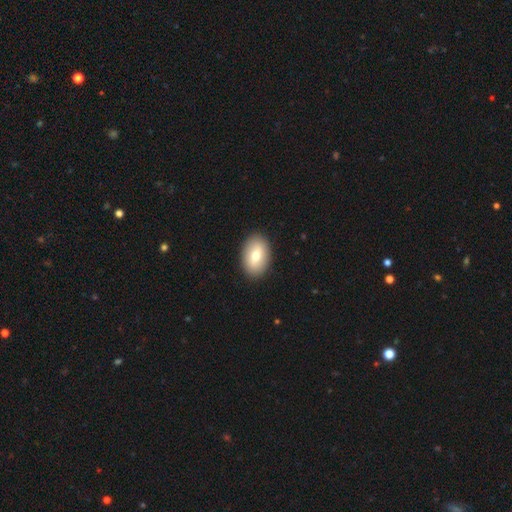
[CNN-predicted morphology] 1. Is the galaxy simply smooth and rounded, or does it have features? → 72% smooth, 22% featured or disk, 7% star or artifact.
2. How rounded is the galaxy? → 88% in between, 11% round, 1% cigar-shaped.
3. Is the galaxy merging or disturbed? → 91% none, 6% minor disturbance, 2% major disturbance, 1% merger.